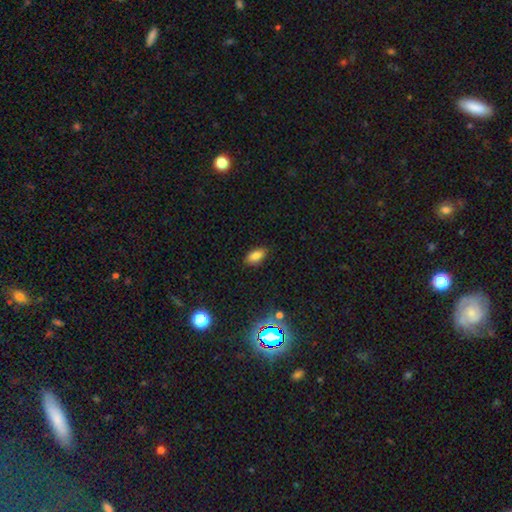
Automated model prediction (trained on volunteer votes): Overall: smooth (82%). How rounded: in between (91%). Merging: none (85%).